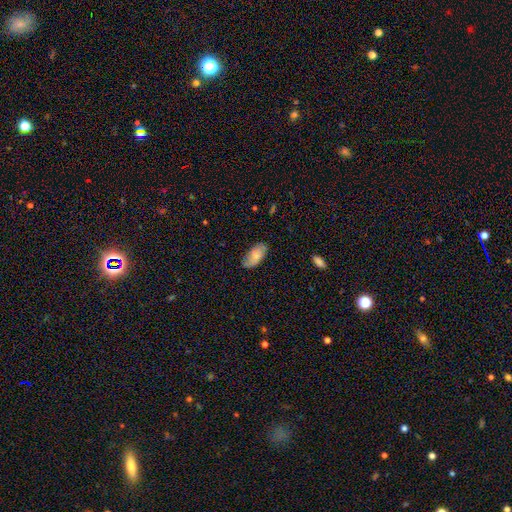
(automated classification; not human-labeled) smooth_or_featured: smooth (p=0.66) [alt: featured or disk p=0.28]
how_rounded: in between (p=0.93) [alt: cigar-shaped p=0.04]
merging: none (p=0.68) [alt: minor disturbance p=0.26]